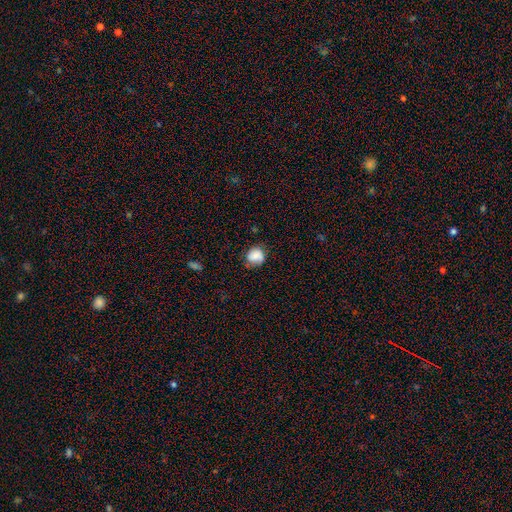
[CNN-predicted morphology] A smooth galaxy with no disk features (75%) that is round (75%). Merging: none (66%).